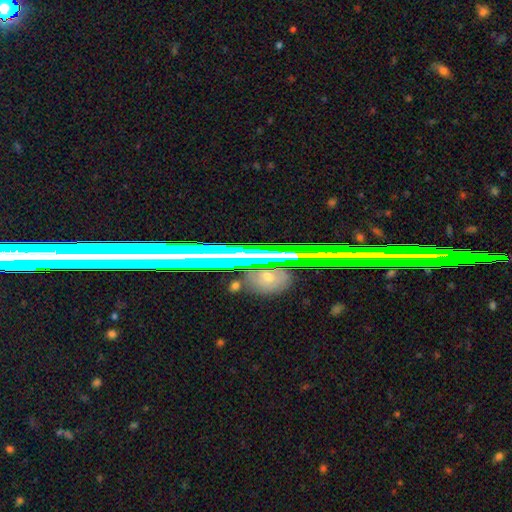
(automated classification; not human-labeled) This is marginally a star or artifact rather than a galaxy (42%).